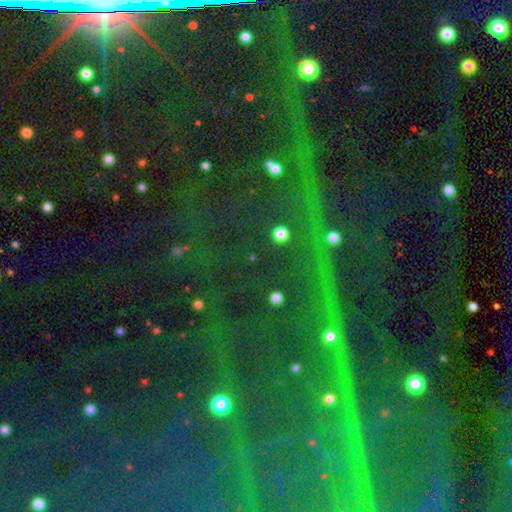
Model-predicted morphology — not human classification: Smooth or featured? Predicted: star or artifact (p=0.85).